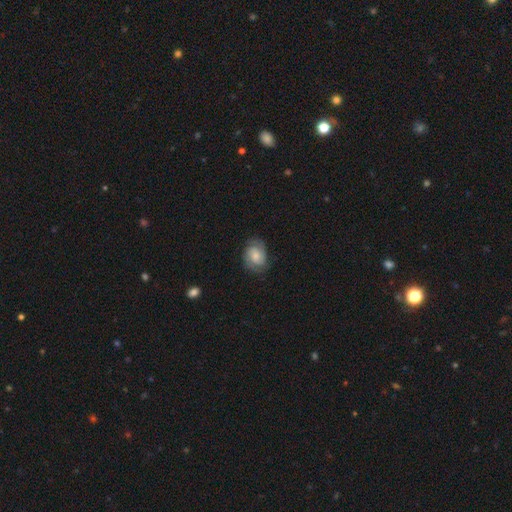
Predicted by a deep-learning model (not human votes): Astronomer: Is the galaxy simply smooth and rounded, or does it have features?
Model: featured or disk — 52% (runner-up: smooth, 40%).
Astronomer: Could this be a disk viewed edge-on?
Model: no — 97%.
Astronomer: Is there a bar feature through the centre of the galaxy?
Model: no — 65%.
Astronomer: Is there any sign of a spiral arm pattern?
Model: yes — 89%.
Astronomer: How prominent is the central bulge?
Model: moderate — 44% (runner-up: small, 37%).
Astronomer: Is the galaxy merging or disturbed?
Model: none — 74%.